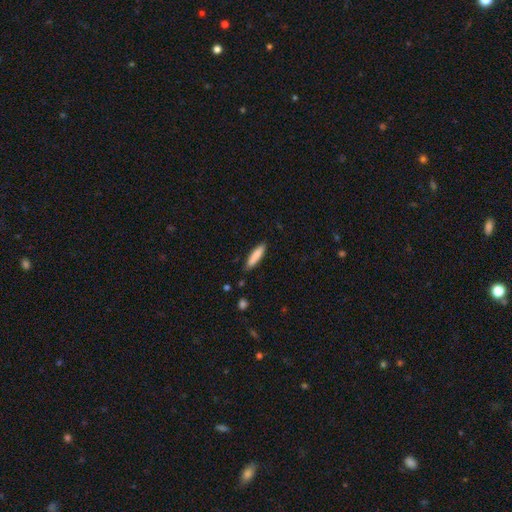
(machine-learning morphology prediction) smooth-or-featured: smooth: 84% | featured or disk: 10% | star or artifact: 6%
  how-rounded: cigar-shaped: 81% | in between: 18% | round: 1%
  merging: none: 85% | minor disturbance: 11% | major disturbance: 2% | merger: 1%